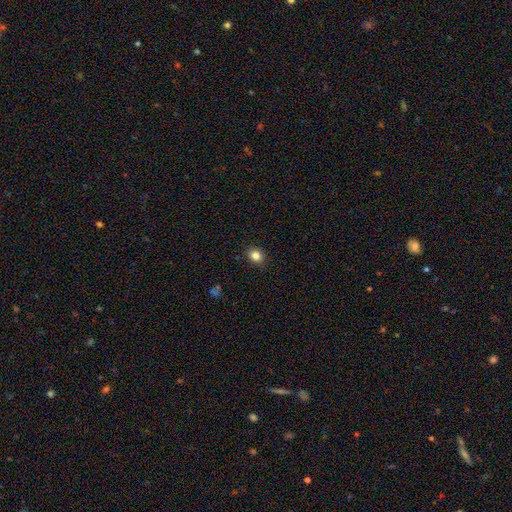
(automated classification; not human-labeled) Smooth or featured? Predicted: smooth (p=0.83). How rounded? Predicted: round (p=0.58). Merging? Predicted: none (p=0.89).